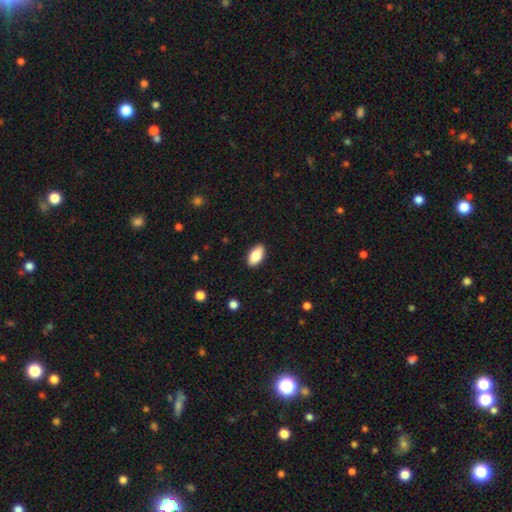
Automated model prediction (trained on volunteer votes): Smooth or featured? smooth (82%)
How rounded? in between (91%)
Merging? none (89%)